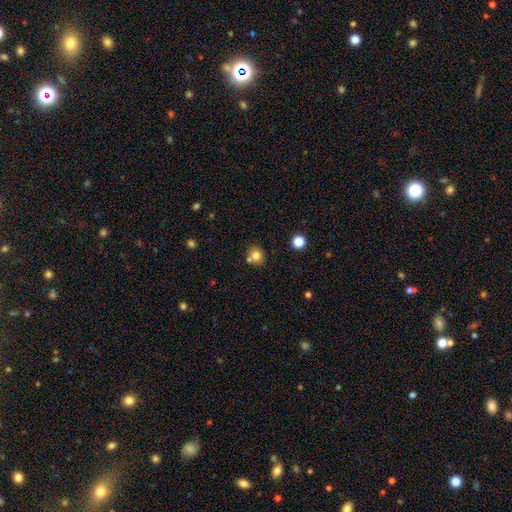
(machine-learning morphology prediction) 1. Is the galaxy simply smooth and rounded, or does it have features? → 77% smooth, 13% star or artifact, 10% featured or disk.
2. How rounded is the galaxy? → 79% round, 20% in between, 1% cigar-shaped.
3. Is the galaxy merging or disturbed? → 70% none, 17% merger, 11% minor disturbance, 3% major disturbance.